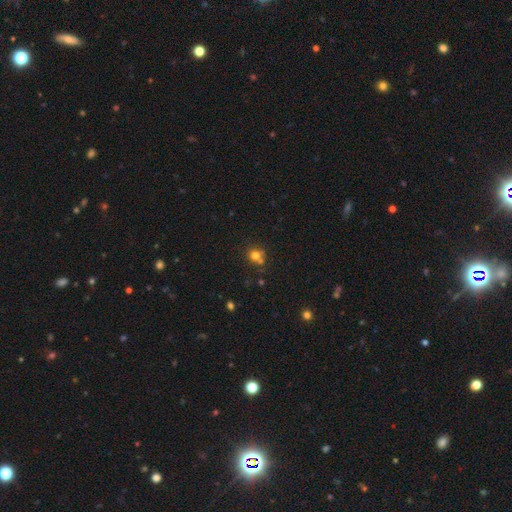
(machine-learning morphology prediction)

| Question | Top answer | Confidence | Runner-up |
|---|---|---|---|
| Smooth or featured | smooth | 74% | star or artifact (16%) |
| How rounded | round | 84% | in between (15%) |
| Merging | none | 59% | merger (25%) |